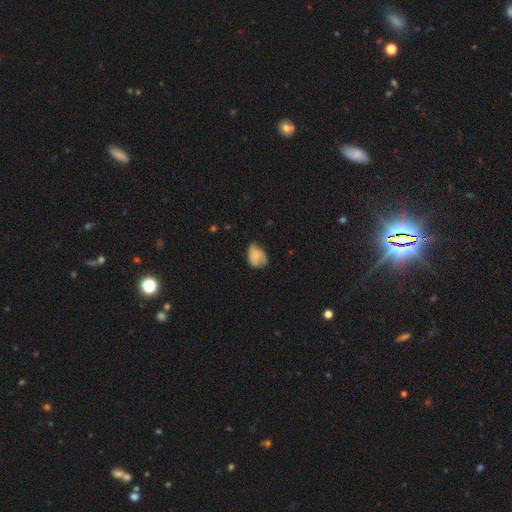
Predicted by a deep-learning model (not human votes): Smooth or featured? smooth (64%)
How rounded? in between (64%)
Merging? minor disturbance (42%)